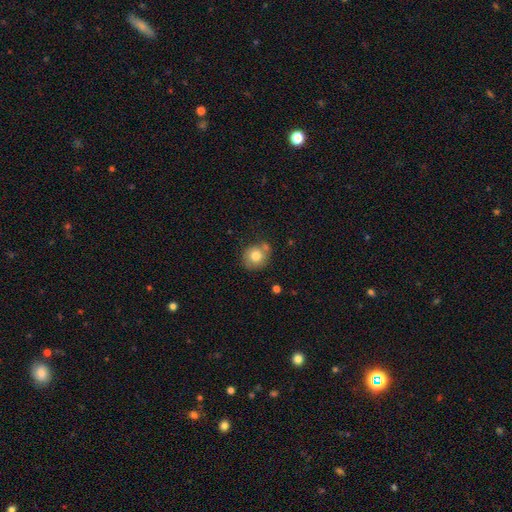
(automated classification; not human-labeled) Smooth or featured?
  - smooth: 79% *
  - featured or disk: 12%
  - star or artifact: 9%
How rounded?
  - round: 81% *
  - in between: 18%
  - cigar-shaped: 1%
Merging?
  - none: 60% *
  - minor disturbance: 18%
  - merger: 17%
  - major disturbance: 5%